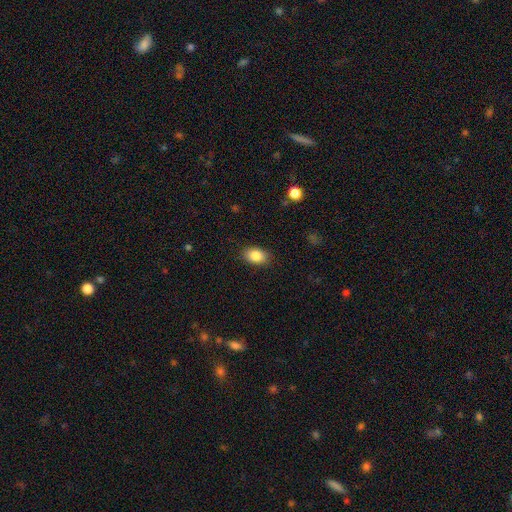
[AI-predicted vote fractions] Smooth or featured: smooth — 86% (star or artifact — 8%)
How rounded: in between — 83% (round — 16%)
Merging: none — 87% (minor disturbance — 9%)